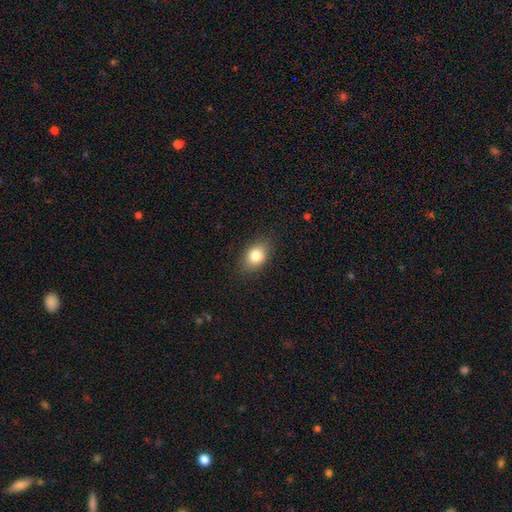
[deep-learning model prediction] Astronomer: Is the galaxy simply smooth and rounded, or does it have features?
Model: smooth — 82%.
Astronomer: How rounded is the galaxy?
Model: in between — 73%.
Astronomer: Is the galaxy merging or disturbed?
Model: none — 85%.